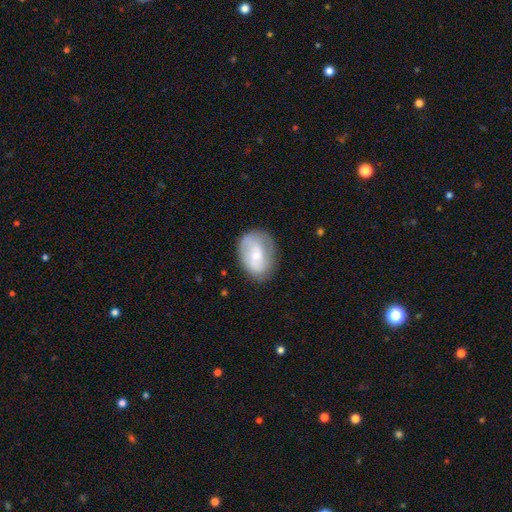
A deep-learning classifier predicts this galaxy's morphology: This appears to be a featured or disk galaxy (50%). Merging: none (67%).